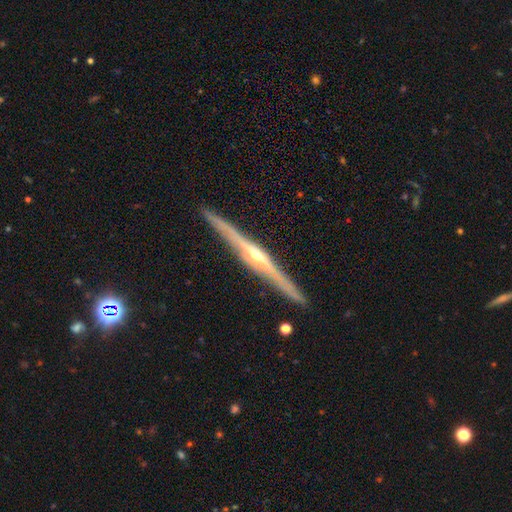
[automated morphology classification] smooth-or-featured: featured or disk: 85% | smooth: 10% | star or artifact: 5%
  disk-edge-on: yes: 98% | no: 2%
    edge-on-bulge: rounded: 87% | none: 8% | boxy: 5%
  merging: none: 90% | minor disturbance: 7% | major disturbance: 1% | merger: 1%